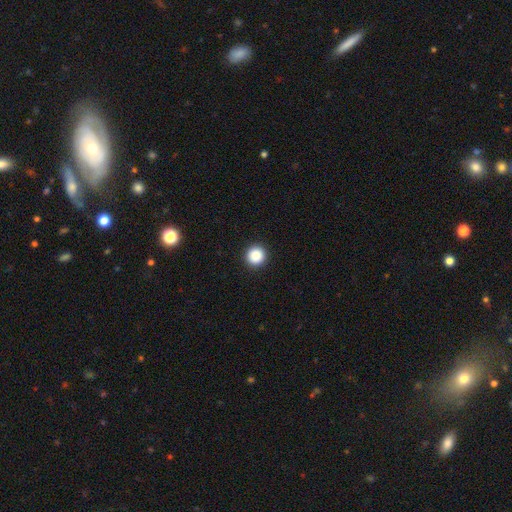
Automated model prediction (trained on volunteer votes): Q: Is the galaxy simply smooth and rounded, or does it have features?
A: smooth — 88%.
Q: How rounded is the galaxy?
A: round — 95%.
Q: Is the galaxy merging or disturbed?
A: none — 93%.